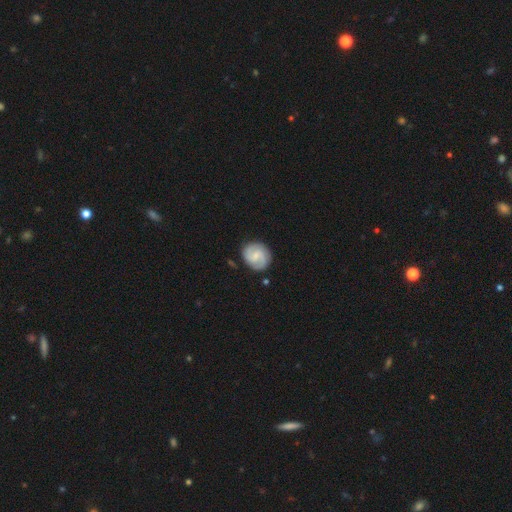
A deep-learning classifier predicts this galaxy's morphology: A featured or disk galaxy (72%) with a weak bar (55%), 2 (80%) medium (45%) spiral arms (95%) and a small central bulge (54%).

Vote fractions:
- Smooth or featured? featured or disk: 72% / smooth: 23% / star or artifact: 6%
- Edge-on disk? no: 98% / yes: 2%
- Bar? weak: 55% / no: 34% / strong: 11%
- Spiral arms? yes: 95% / no: 5%
- Spiral winding? medium: 45% / tight: 40% / loose: 15%
- Spiral arm count? 2: 80% / can't tell: 8% / 3: 7% / 1: 2% / 4: 2% / more than 4: 2%
- Bulge size? small: 54% / moderate: 24% / none: 19% / large: 2% / dominant: 1%
- Merging? none: 83% / minor disturbance: 12% / major disturbance: 3% / merger: 2%